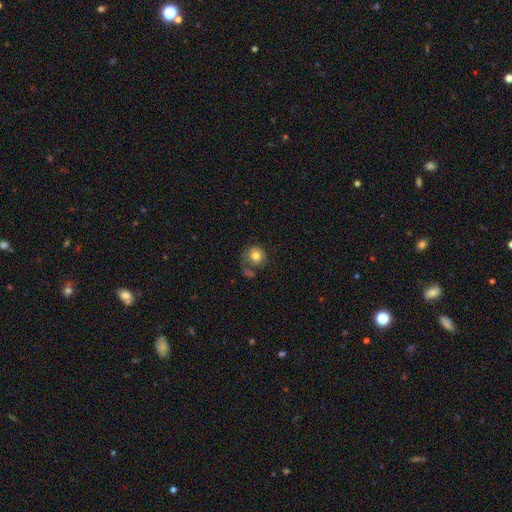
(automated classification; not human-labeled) Q: Smooth or featured?
A: smooth (77%); runner-up: featured or disk (14%)
Q: How rounded?
A: round (86%); runner-up: in between (13%)
Q: Merging?
A: none (49%); runner-up: minor disturbance (20%)